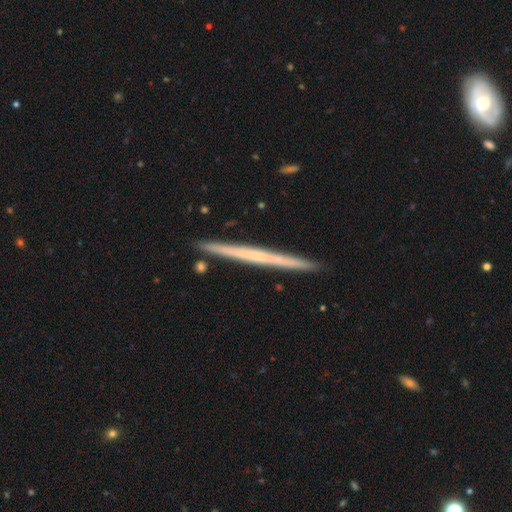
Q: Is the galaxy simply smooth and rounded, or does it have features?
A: featured or disk — 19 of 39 (49%).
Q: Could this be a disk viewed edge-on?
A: yes — 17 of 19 (89%).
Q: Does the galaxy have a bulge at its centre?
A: none — 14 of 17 (82%).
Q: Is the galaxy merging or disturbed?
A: none — 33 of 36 (92%).